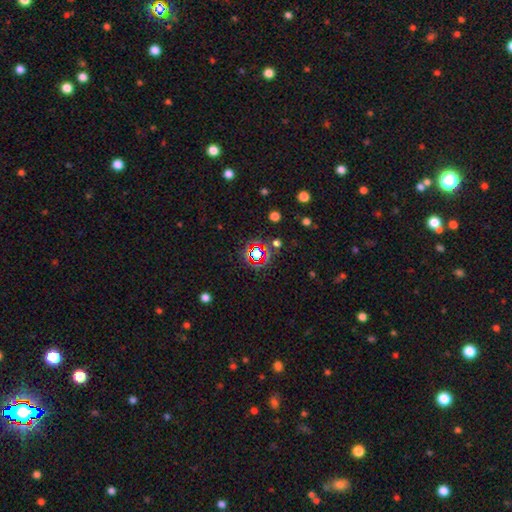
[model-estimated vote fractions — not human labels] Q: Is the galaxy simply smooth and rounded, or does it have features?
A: star or artifact — 67%.